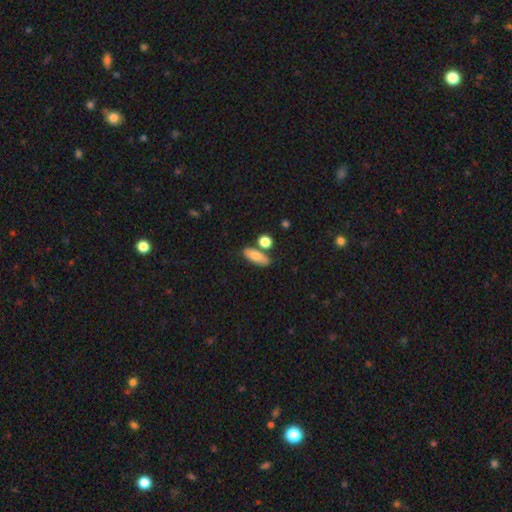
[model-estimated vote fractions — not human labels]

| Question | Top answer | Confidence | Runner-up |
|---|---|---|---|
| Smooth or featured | smooth | 78% | featured or disk (14%) |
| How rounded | in between | 68% | cigar-shaped (24%) |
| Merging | none | 68% | merger (14%) |